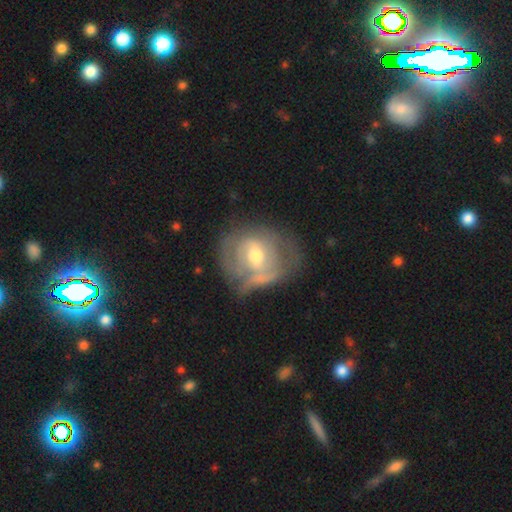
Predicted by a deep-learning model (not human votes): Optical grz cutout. It shows a featured or disk galaxy (62%) with no bar (52%), spiral arms (56%) and a moderate central bulge (71%). Merging: none (43%).